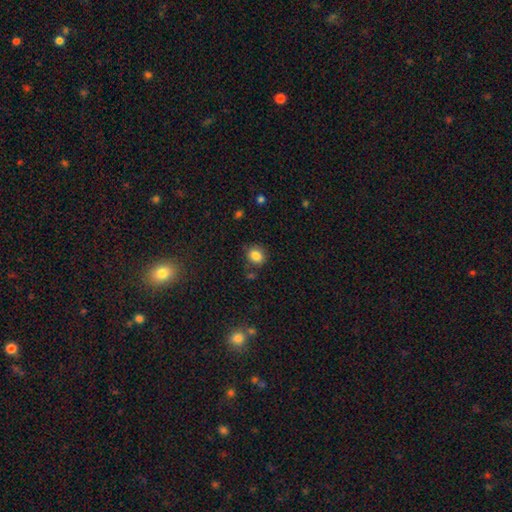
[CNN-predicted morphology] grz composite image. It shows a smooth galaxy with no disk features (83%) that is round (70%). Merging: none (79%).